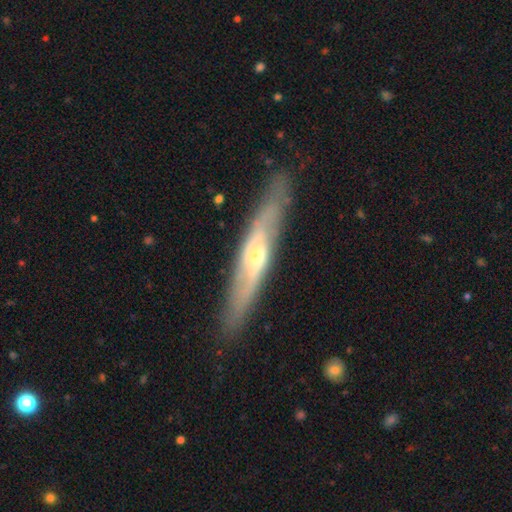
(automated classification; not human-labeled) Smooth or featured? featured or disk (71%)
Edge-on disk? yes (62%)
Merging? none (84%)